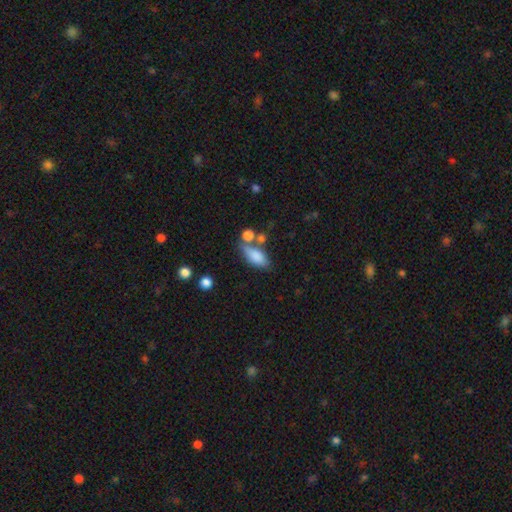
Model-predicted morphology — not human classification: smooth 79%, featured or disk 13%, star or artifact 8%. Down the decision tree: how rounded — in between (78%); merging — none (49%).